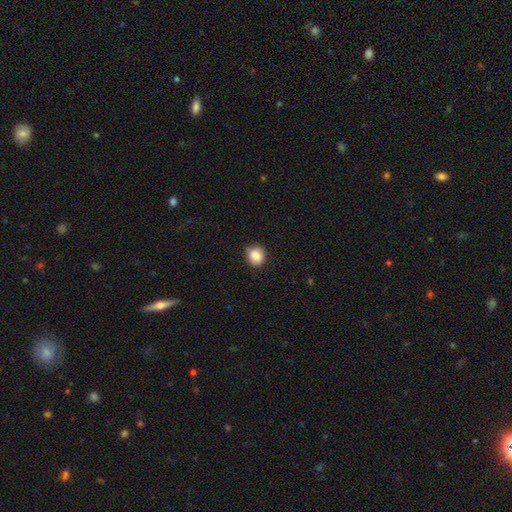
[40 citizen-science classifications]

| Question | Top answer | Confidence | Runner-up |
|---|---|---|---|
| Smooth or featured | smooth | 88% | star or artifact (8%) |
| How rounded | round | 80% | in between (20%) |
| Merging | none | 89% | minor disturbance (8%) |